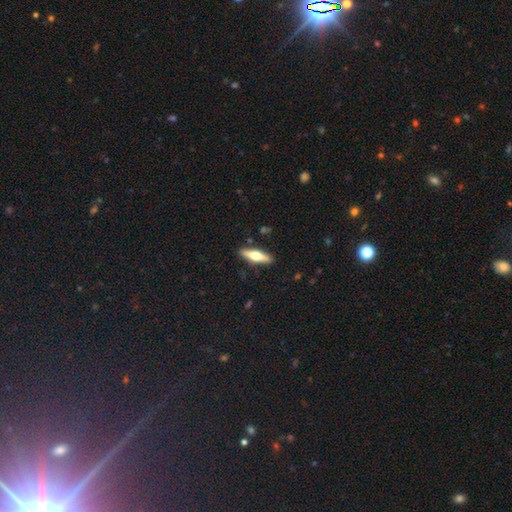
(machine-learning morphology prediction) A featured or disk galaxy (48%).

Vote fractions:
- Smooth or featured? featured or disk: 48% / smooth: 47% / star or artifact: 5%
- Merging? none: 89% / minor disturbance: 8% / major disturbance: 2% / merger: 1%